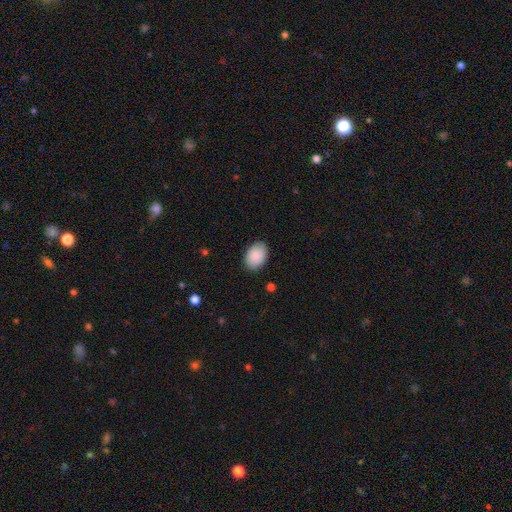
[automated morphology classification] Smooth or featured? smooth (90%)
How rounded? in between (84%)
Merging? none (87%)